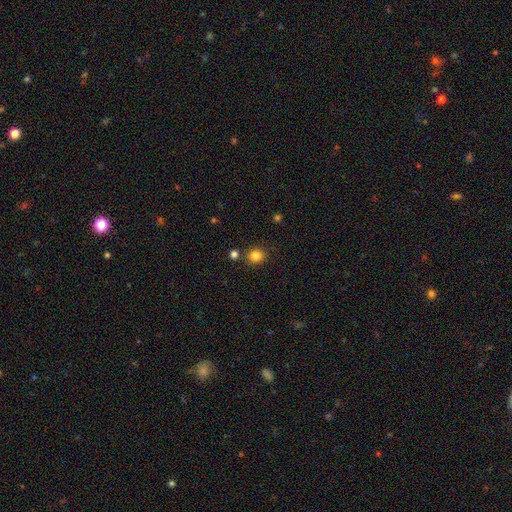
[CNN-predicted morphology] Smooth or featured? Predicted: smooth (p=0.83). How rounded? Predicted: round (p=0.85). Merging? Predicted: none (p=0.82).